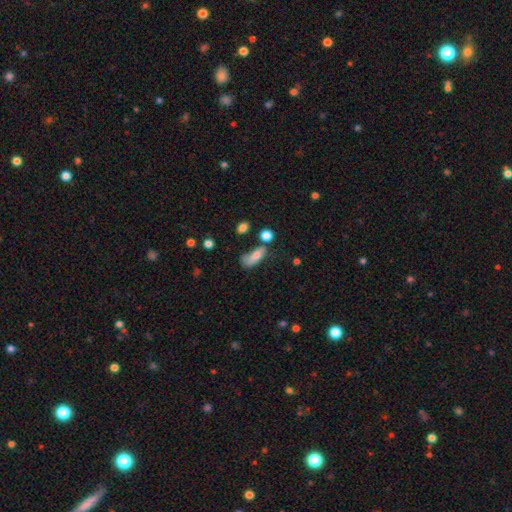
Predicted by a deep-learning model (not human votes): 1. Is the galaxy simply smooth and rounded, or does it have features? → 73% smooth, 17% featured or disk, 10% star or artifact.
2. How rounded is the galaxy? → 75% in between, 20% cigar-shaped, 5% round.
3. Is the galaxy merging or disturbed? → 31% none, 30% minor disturbance, 27% major disturbance, 12% merger.